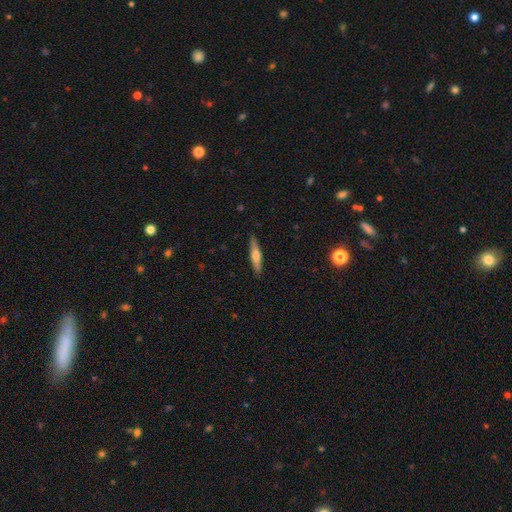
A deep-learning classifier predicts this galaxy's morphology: Smooth or featured? smooth (48%)
Merging? none (89%)